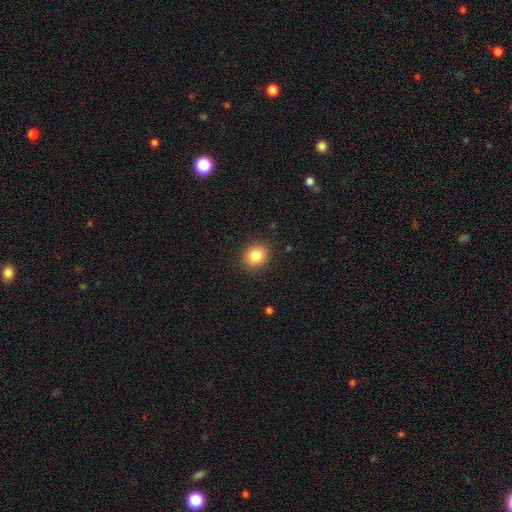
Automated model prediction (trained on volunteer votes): smooth 84%, star or artifact 10%, featured or disk 6%. Down the decision tree: how rounded — round (69%); merging — none (89%).